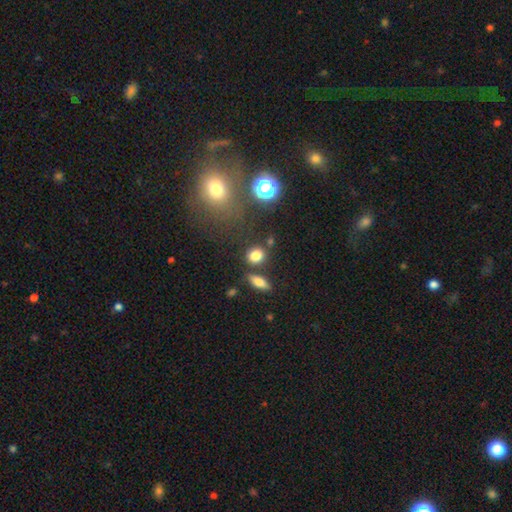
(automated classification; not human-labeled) smooth 79%, star or artifact 12%, featured or disk 9%. Down the decision tree: how rounded — round (52%); merging — none (76%).